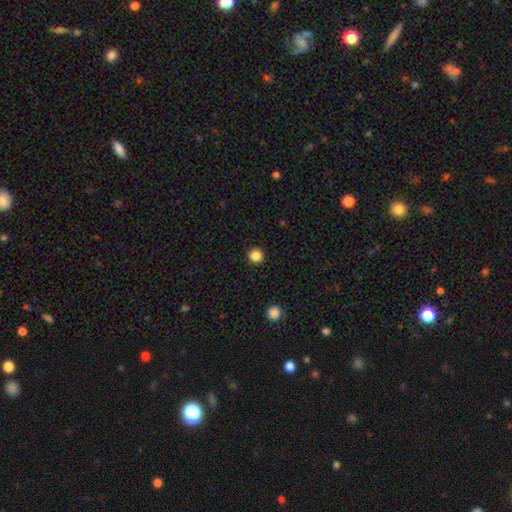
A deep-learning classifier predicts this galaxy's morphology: Q: Smooth or featured?
A: smooth (86%); runner-up: star or artifact (11%)
Q: How rounded?
A: round (96%); runner-up: in between (4%)
Q: Merging?
A: none (93%); runner-up: minor disturbance (4%)